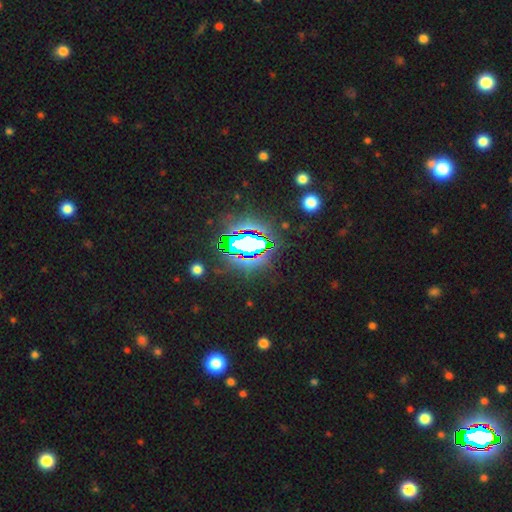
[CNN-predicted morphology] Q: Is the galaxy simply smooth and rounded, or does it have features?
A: star or artifact — 83%.